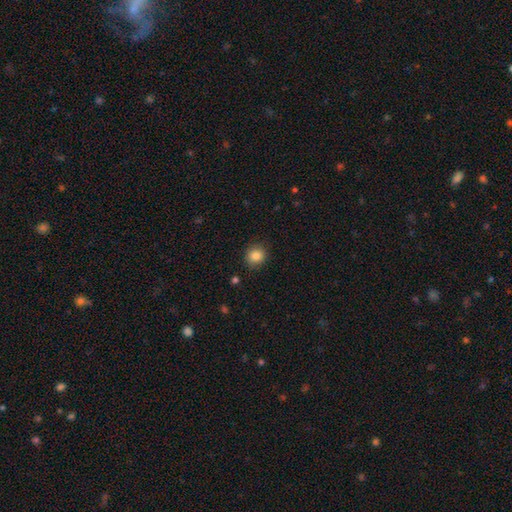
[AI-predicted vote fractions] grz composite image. It shows a smooth galaxy with no disk features (86%) that is round (83%). Merging: none (87%).